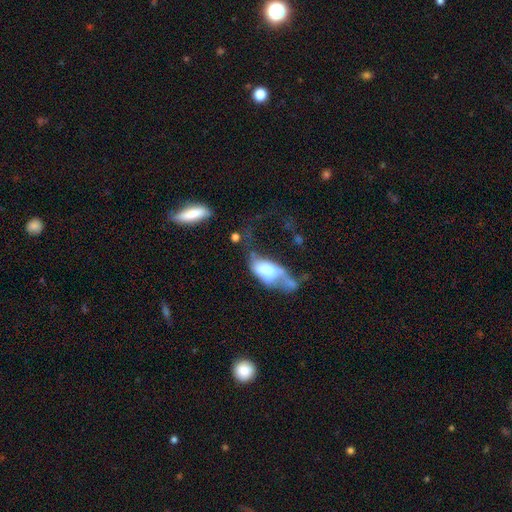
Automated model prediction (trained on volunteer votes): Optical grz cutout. It shows a featured or disk galaxy (51%). Merging: major disturbance (45%).